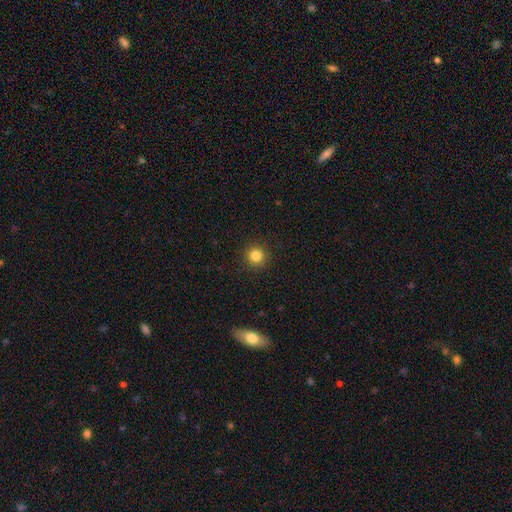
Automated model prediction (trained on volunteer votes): smooth-or-featured: smooth: 83% | star or artifact: 12% | featured or disk: 5%
  how-rounded: round: 94% | in between: 5% | cigar-shaped: 1%
  merging: none: 92% | minor disturbance: 5% | major disturbance: 2% | merger: 1%